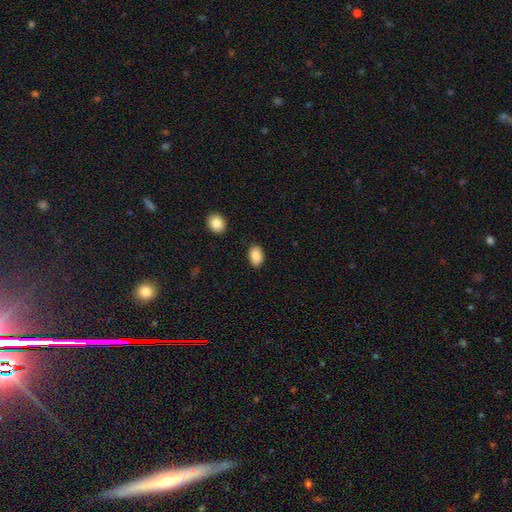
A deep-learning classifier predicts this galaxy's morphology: smooth-or-featured: smooth: 88% | star or artifact: 7% | featured or disk: 5%
  how-rounded: in between: 89% | round: 9% | cigar-shaped: 1%
  merging: none: 87% | minor disturbance: 10% | major disturbance: 2% | merger: 2%